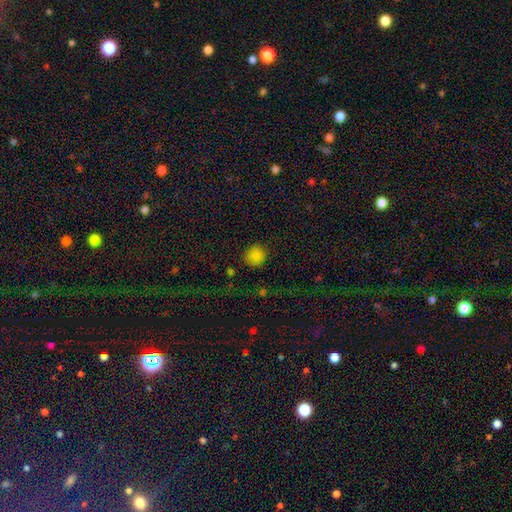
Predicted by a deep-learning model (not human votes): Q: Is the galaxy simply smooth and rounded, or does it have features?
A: smooth — 84%.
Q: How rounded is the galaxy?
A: round — 90%.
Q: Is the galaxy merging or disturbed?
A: none — 88%.